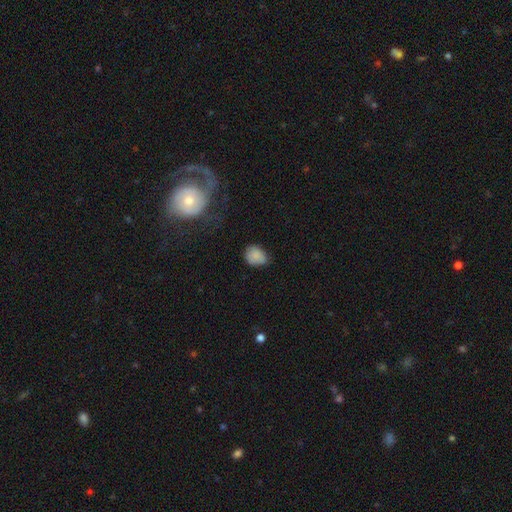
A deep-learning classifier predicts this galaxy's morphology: Smooth or featured? Predicted: smooth (p=0.84). How rounded? Predicted: in between (p=0.59). Merging? Predicted: none (p=0.56).